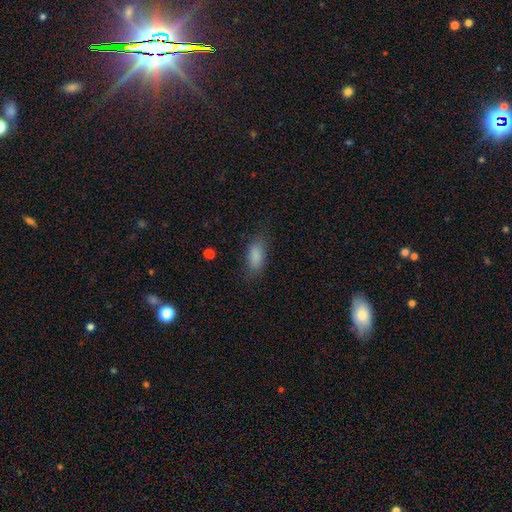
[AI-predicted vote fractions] Overall: smooth (85%). How rounded: in between (86%). Merging: none (74%).